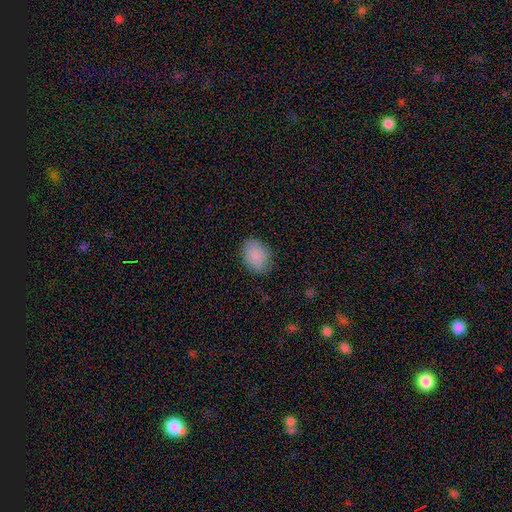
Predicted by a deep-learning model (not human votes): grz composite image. It shows a smooth galaxy with no disk features (88%) that is in between round and cigar-shaped (63%). Merging: none (81%).